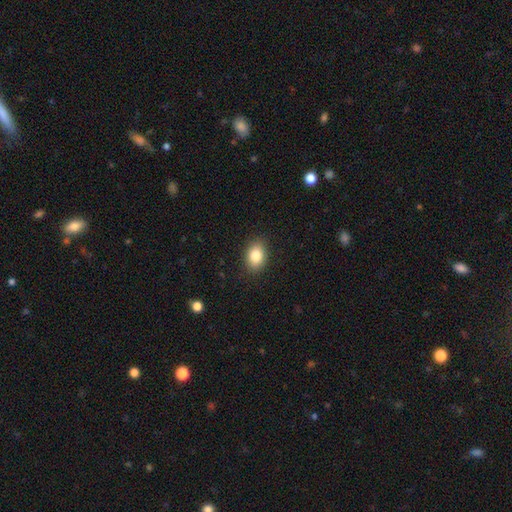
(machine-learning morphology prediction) Smooth or featured: smooth — 84% (star or artifact — 9%)
How rounded: in between — 77% (round — 22%)
Merging: none — 88% (minor disturbance — 9%)